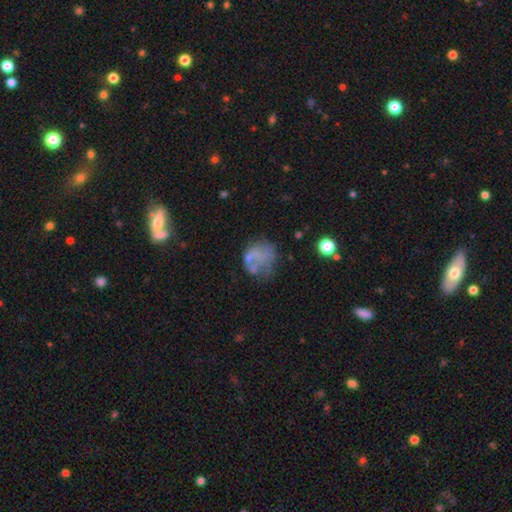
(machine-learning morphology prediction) smooth_or_featured: smooth (p=0.47) [alt: featured or disk p=0.39]
merging: none (p=0.37) [alt: major disturbance p=0.29]